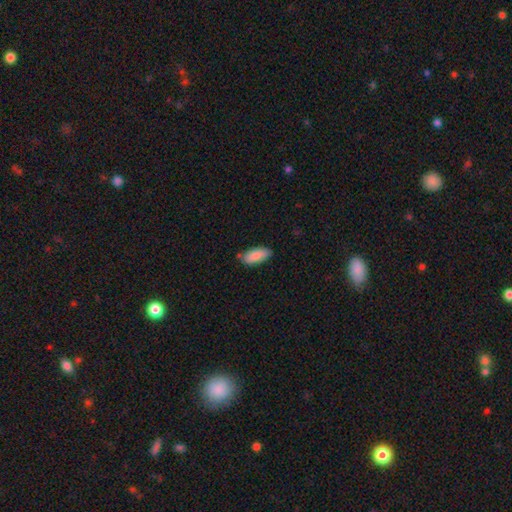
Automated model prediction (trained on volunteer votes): A smooth galaxy with no disk features (87%) that is in between round and cigar-shaped (85%).

Vote fractions:
- Smooth or featured? smooth: 87% / featured or disk: 7% / star or artifact: 6%
- How rounded? in between: 85% / cigar-shaped: 14% / round: 2%
- Merging? none: 76% / minor disturbance: 18% / merger: 3% / major disturbance: 3%